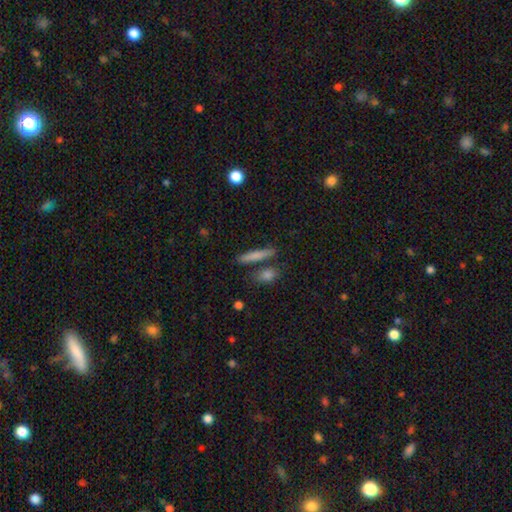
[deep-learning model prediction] Smooth or featured? smooth (76%)
How rounded? cigar-shaped (86%)
Merging? none (77%)